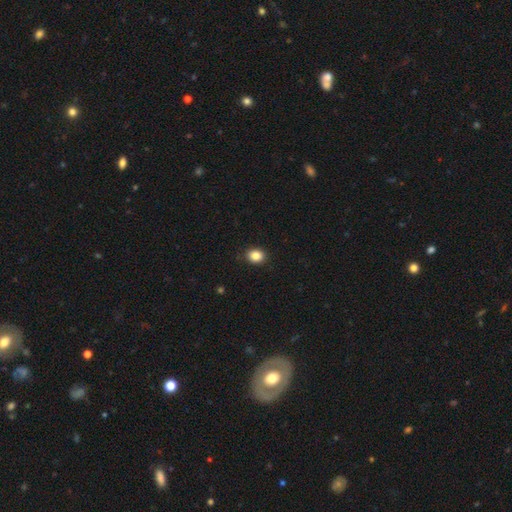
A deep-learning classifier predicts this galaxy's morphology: type=smooth (86%); roundness=round (57%); merging=none (89%).